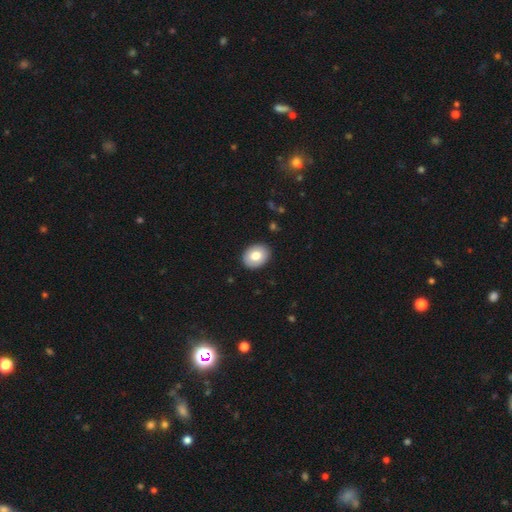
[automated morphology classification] A smooth galaxy with no disk features (78%) that is in between round and cigar-shaped (58%). Merging: none (90%).